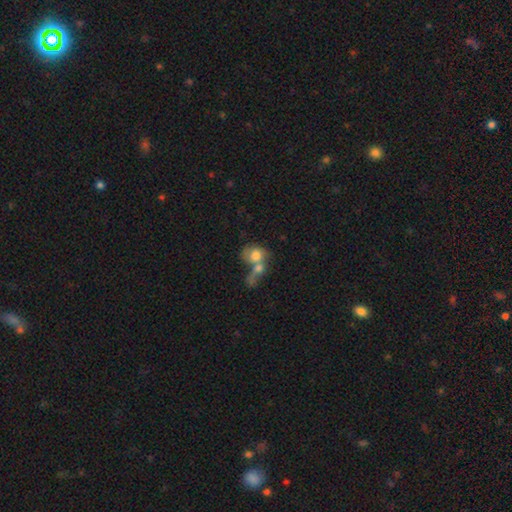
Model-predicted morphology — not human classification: A smooth galaxy with no disk features (68%) that is round (51%).

Vote fractions:
- Smooth or featured? smooth: 68% / featured or disk: 24% / star or artifact: 9%
- How rounded? round: 51% / in between: 47% / cigar-shaped: 2%
- Merging? merger: 67% / none: 16% / major disturbance: 10% / minor disturbance: 7%